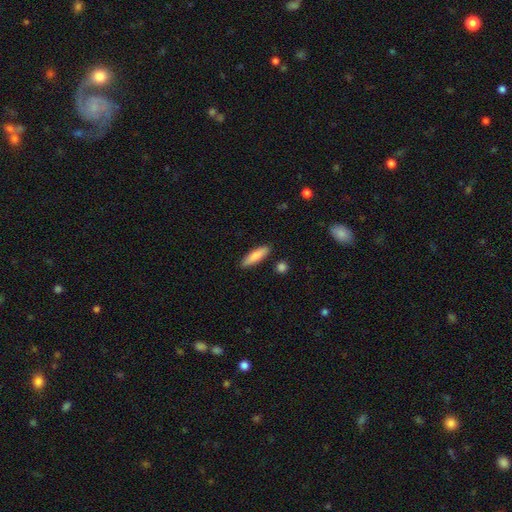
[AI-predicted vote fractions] Q: Smooth or featured?
A: smooth (83%); runner-up: featured or disk (11%)
Q: How rounded?
A: cigar-shaped (62%); runner-up: in between (36%)
Q: Merging?
A: none (86%); runner-up: minor disturbance (9%)